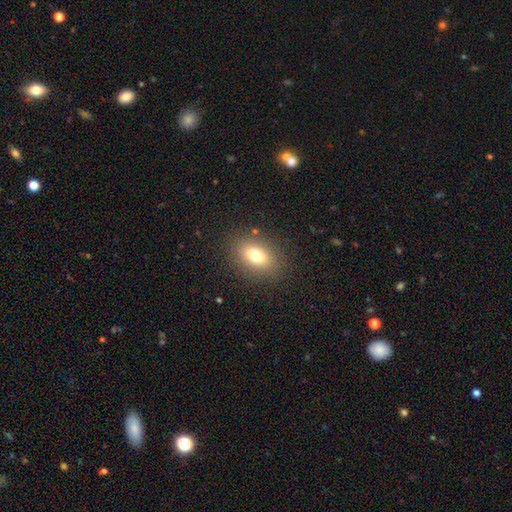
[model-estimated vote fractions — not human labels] Smooth or featured: smooth — 76% (featured or disk — 13%)
How rounded: in between — 78% (round — 20%)
Merging: none — 85% (minor disturbance — 9%)